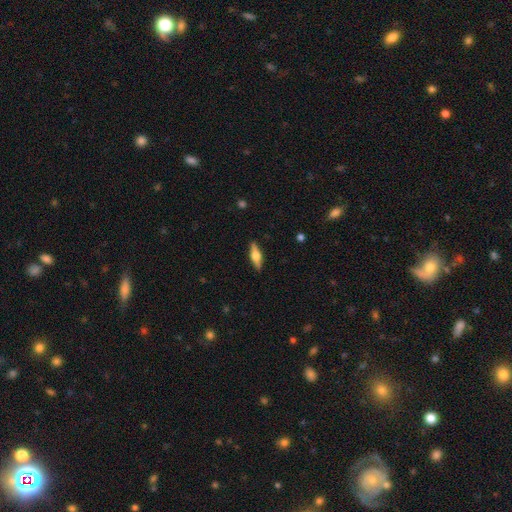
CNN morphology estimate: Smooth or featured? Predicted: featured or disk (p=0.56). Edge-on disk? Predicted: yes (p=0.95). Edge-on bulge? Predicted: rounded (p=0.92). Merging? Predicted: none (p=0.89).